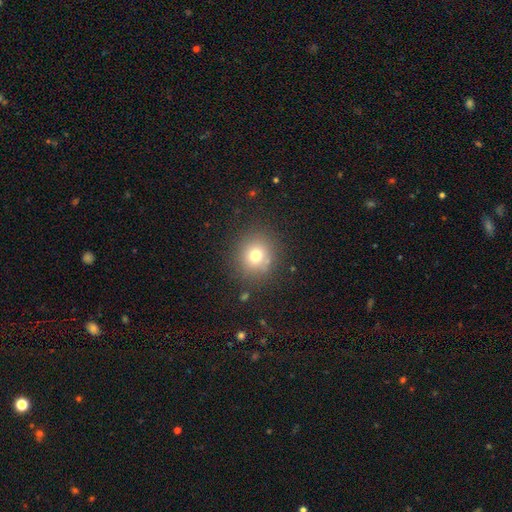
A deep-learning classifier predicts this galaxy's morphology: type=smooth (72%); roundness=round (88%); merging=none (84%).